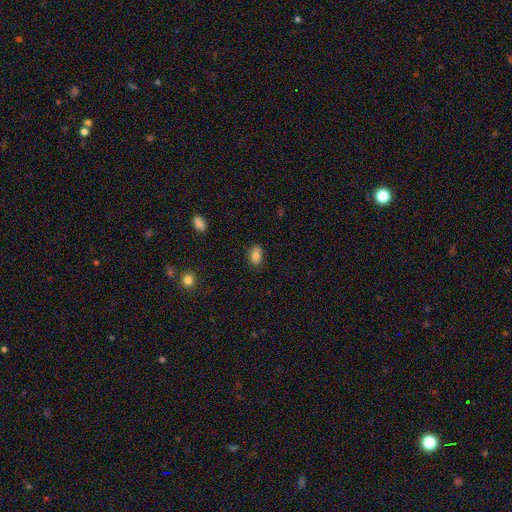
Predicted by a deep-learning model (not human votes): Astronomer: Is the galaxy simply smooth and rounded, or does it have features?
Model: smooth — 85%.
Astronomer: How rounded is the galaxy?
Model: in between — 87%.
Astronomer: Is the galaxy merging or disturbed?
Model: none — 84%.